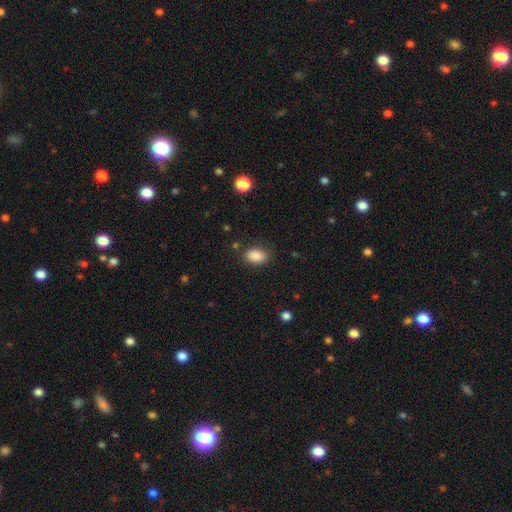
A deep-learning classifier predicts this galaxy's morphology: smooth-or-featured: smooth: 88% | star or artifact: 8% | featured or disk: 4%
  how-rounded: in between: 85% | round: 14% | cigar-shaped: 1%
  merging: none: 83% | minor disturbance: 12% | major disturbance: 3% | merger: 2%